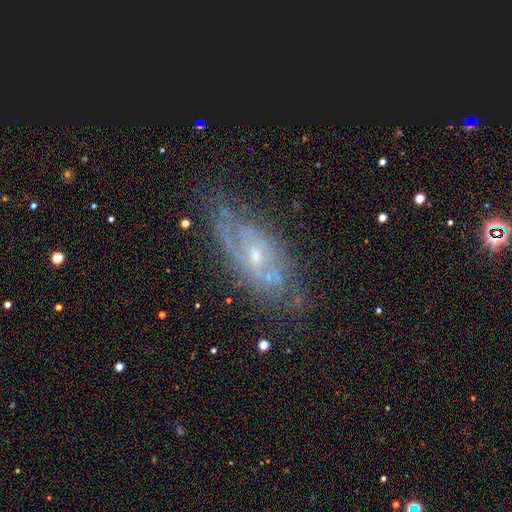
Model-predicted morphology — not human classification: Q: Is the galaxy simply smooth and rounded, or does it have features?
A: featured or disk — 78%.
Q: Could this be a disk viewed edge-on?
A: no — 87%.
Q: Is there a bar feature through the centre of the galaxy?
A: no — 60%.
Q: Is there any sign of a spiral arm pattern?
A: yes — 88%.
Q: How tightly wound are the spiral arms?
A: tight — 56%.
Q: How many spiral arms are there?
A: can't tell — 42%.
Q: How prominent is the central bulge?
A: small — 70%.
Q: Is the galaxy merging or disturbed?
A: none — 73%.